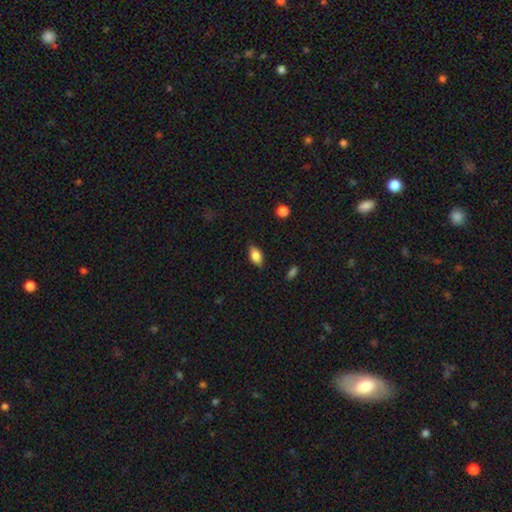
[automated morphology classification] type=smooth (82%); roundness=in between (89%); merging=none (82%).